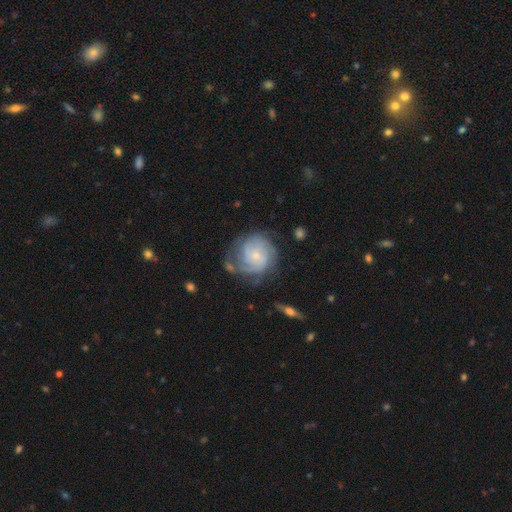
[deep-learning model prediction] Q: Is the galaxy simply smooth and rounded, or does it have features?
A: featured or disk — 77%.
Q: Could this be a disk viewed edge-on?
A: no — 98%.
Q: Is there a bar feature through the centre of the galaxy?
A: no — 68%.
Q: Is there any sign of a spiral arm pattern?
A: yes — 93%.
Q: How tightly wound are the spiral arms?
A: tight — 60%.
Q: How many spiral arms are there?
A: can't tell — 31%.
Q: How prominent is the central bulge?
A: small — 68%.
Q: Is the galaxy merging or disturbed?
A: none — 60%.